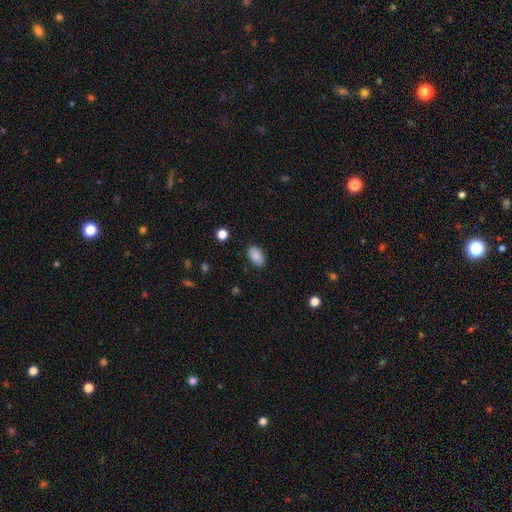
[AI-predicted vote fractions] A smooth galaxy with no disk features (87%) that is in between round and cigar-shaped (91%).

Vote fractions:
- Smooth or featured? smooth: 87% / star or artifact: 8% / featured or disk: 5%
- How rounded? in between: 91% / round: 7% / cigar-shaped: 1%
- Merging? none: 85% / minor disturbance: 11% / major disturbance: 3% / merger: 1%